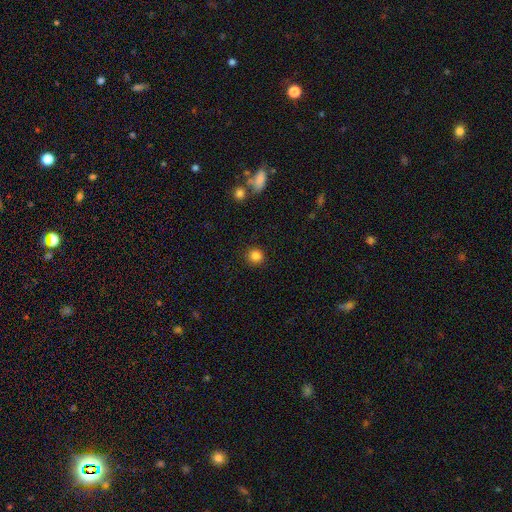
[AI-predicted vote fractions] Morphology: type=smooth (85%); roundness=round (93%); merging=none (90%).